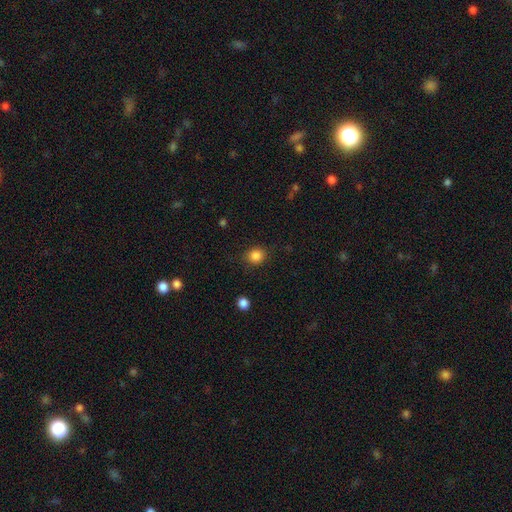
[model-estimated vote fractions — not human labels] Smooth or featured? Predicted: smooth (p=0.85). How rounded? Predicted: round (p=0.79). Merging? Predicted: none (p=0.85).